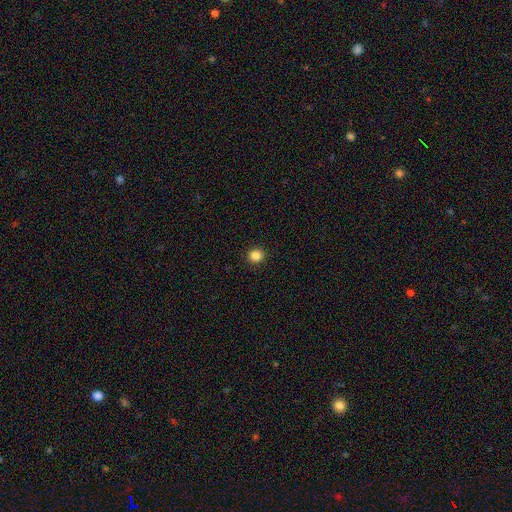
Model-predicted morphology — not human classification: Smooth or featured: smooth — 85% (star or artifact — 12%)
How rounded: round — 91% (in between — 8%)
Merging: none — 93% (minor disturbance — 5%)